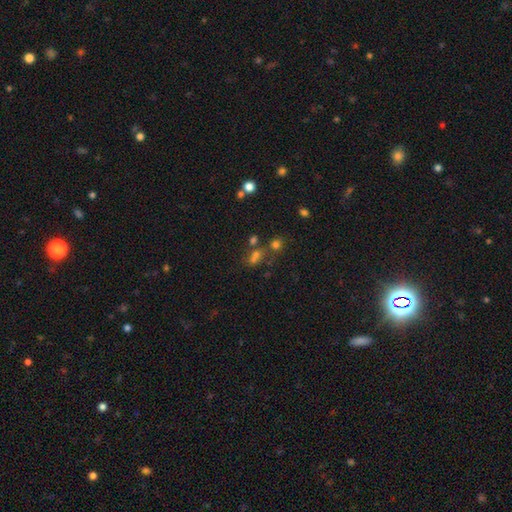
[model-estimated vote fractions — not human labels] A smooth galaxy with no disk features (44%). Merging: none (49%).